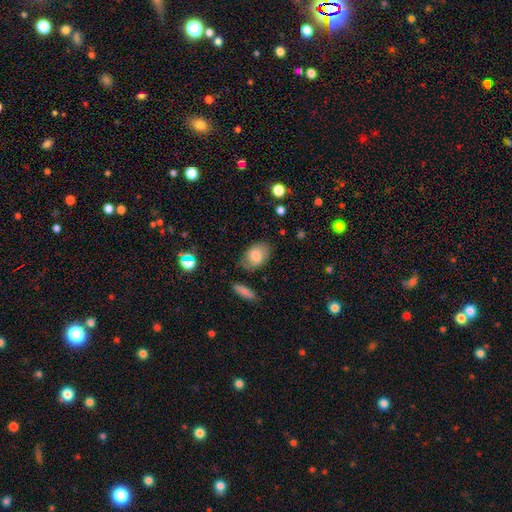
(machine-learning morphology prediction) Smooth or featured? smooth (76%)
How rounded? in between (83%)
Merging? none (74%)